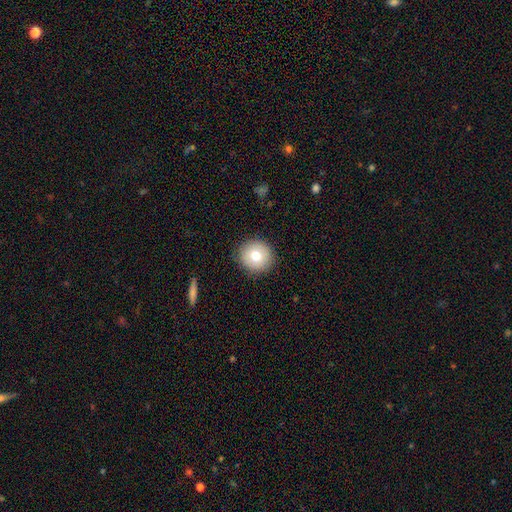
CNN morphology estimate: Smooth or featured: smooth — 75% (featured or disk — 15%)
How rounded: round — 91% (in between — 8%)
Merging: none — 89% (minor disturbance — 8%)